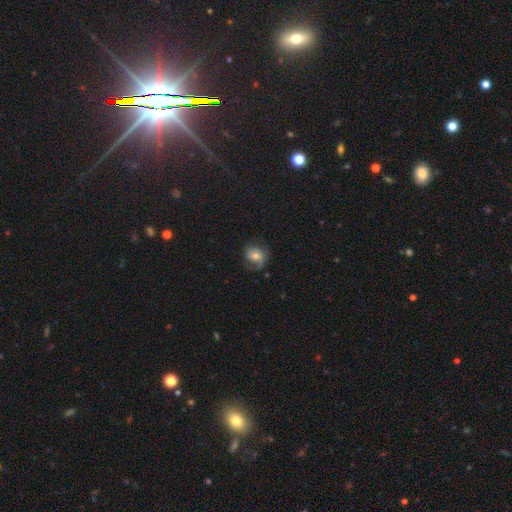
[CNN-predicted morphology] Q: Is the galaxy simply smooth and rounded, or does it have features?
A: smooth — 49%.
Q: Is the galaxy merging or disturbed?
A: none — 60%.